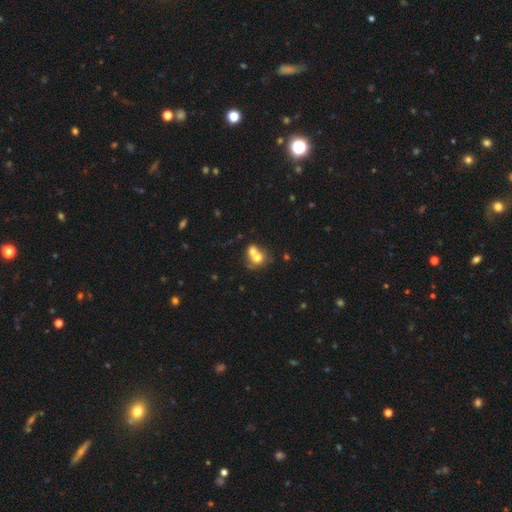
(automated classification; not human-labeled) smooth 66%, featured or disk 23%, star or artifact 11%. Down the decision tree: how rounded — round (69%); merging — merger (65%).